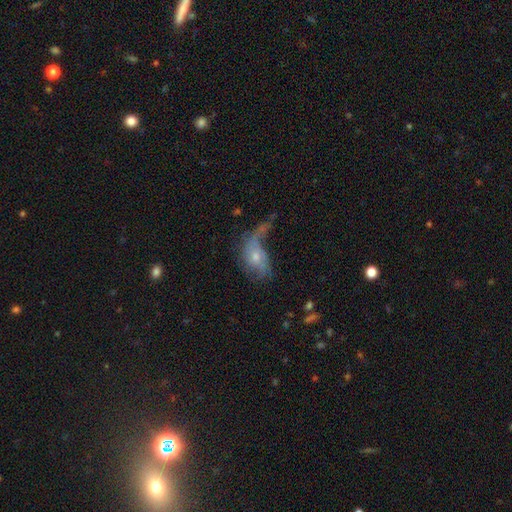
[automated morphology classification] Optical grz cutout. It shows a featured or disk galaxy (58%) with no bar (73%), spiral arms (65%) and a moderate central bulge (47%). Merging: major disturbance (50%).